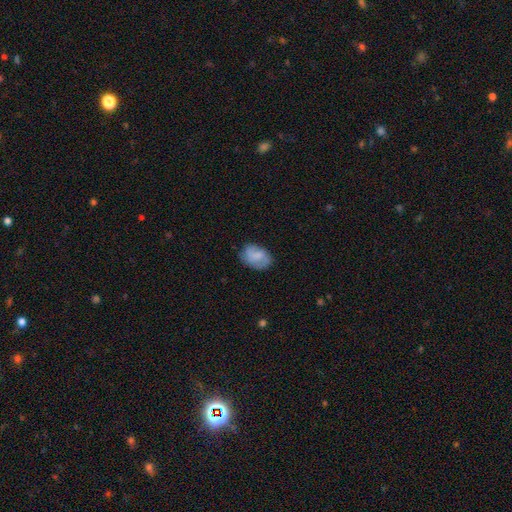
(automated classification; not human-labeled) smooth 68%, featured or disk 25%, star or artifact 7%. Down the decision tree: how rounded — in between (78%); merging — none (69%).